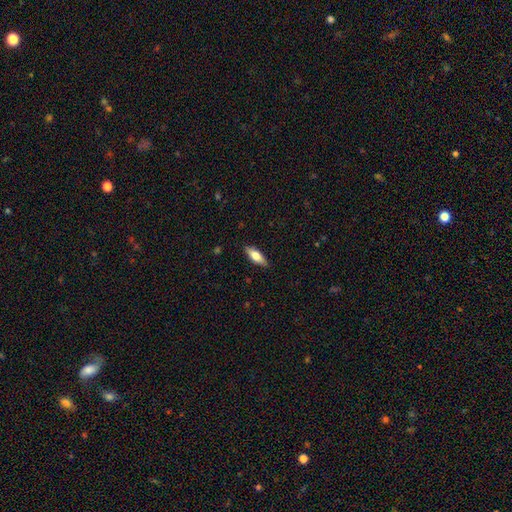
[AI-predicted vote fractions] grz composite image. It shows a smooth galaxy with no disk features (66%) that is in between round and cigar-shaped (61%). Merging: none (87%).